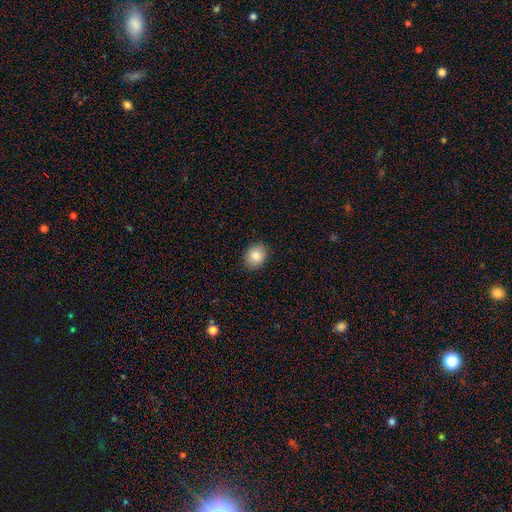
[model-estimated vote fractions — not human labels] Q: Smooth or featured?
A: smooth (85%); runner-up: star or artifact (8%)
Q: How rounded?
A: in between (51%); runner-up: round (48%)
Q: Merging?
A: none (89%); runner-up: minor disturbance (8%)